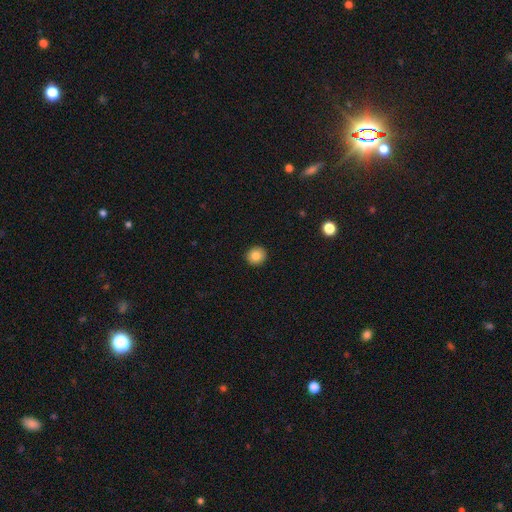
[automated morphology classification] The model was most divided on "smooth or featured": smooth: 83%, star or artifact: 9%, featured or disk: 8%. More confident: merging — none (93%); how rounded — round (90%).